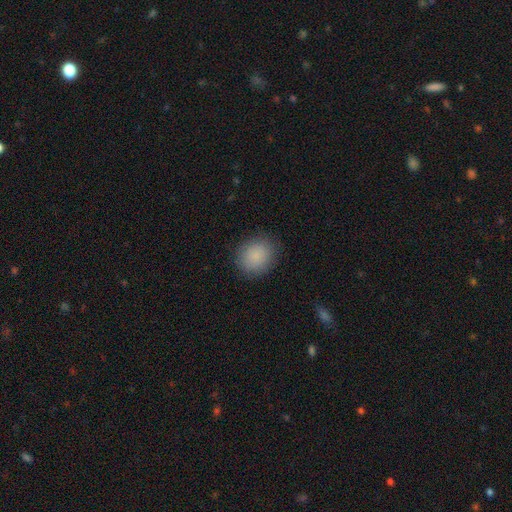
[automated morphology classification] Smooth or featured: smooth — 87% (star or artifact — 8%)
How rounded: round — 71% (in between — 28%)
Merging: none — 87% (minor disturbance — 9%)